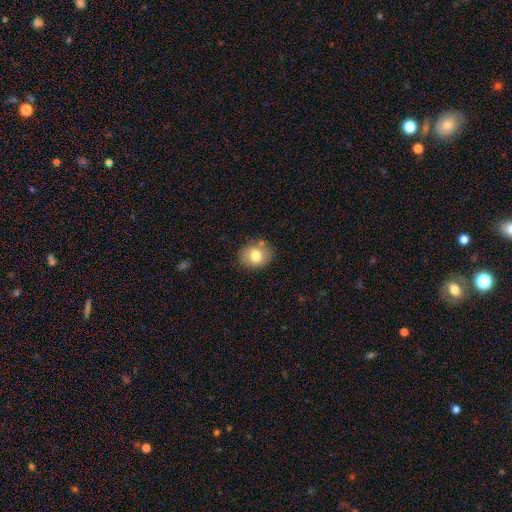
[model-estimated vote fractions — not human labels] A smooth galaxy with no disk features (76%) that is round (57%). Merging: none (77%).